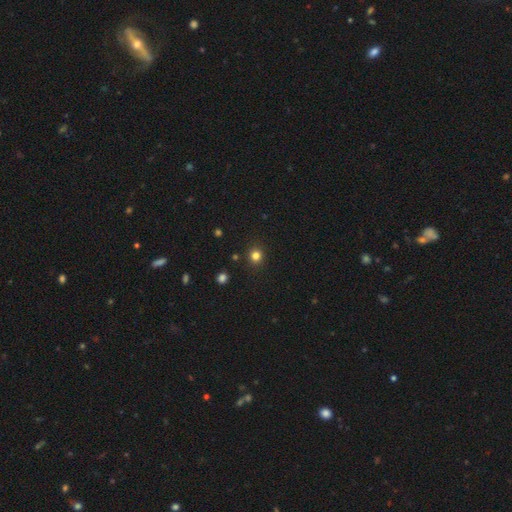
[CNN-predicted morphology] This is likely a smooth galaxy (80%). How rounded: clearly round (90%). Merging: clearly none (91%).